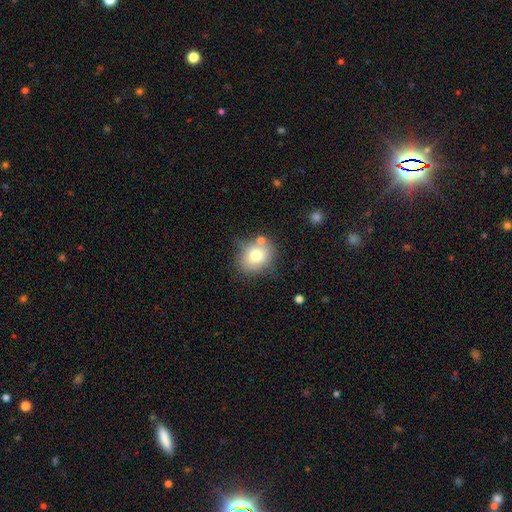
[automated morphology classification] Smooth or featured: smooth — 73% (featured or disk — 15%)
How rounded: round — 72% (in between — 27%)
Merging: none — 67% (minor disturbance — 17%)